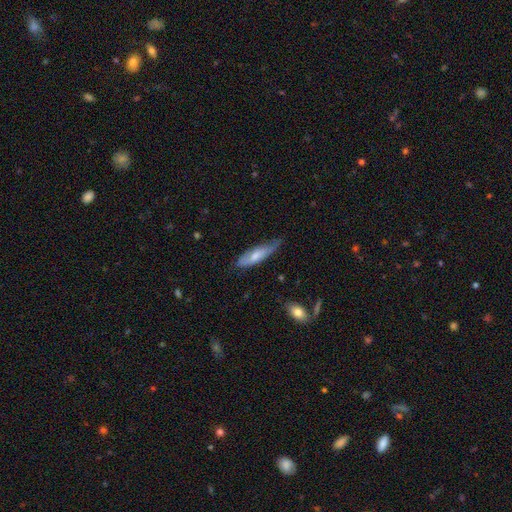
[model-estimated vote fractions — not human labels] The model was most divided on "merging": none: 47%, minor disturbance: 40%, major disturbance: 10%, merger: 2%. More confident: smooth or featured — smooth (62%); how rounded — cigar-shaped (58%).